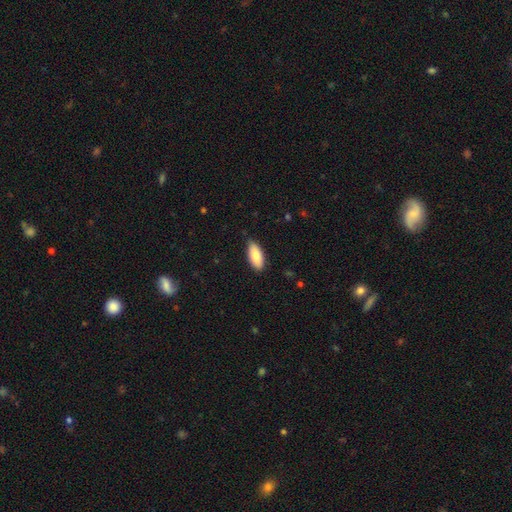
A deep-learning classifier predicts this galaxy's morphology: Smooth or featured?
  - smooth: 85% *
  - featured or disk: 9%
  - star or artifact: 6%
How rounded?
  - in between: 85% *
  - cigar-shaped: 13%
  - round: 2%
Merging?
  - none: 85% *
  - minor disturbance: 12%
  - major disturbance: 2%
  - merger: 1%